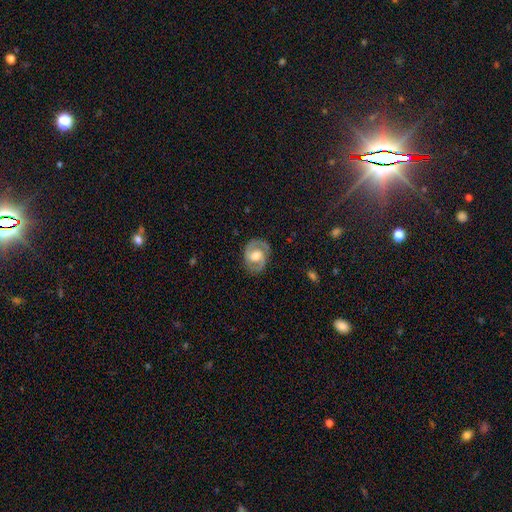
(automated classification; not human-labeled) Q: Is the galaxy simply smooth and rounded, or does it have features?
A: featured or disk — 83%.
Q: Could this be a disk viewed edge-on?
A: no — 97%.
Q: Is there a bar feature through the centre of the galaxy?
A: weak — 43%.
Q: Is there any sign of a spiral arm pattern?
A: yes — 94%.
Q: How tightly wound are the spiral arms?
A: medium — 51%.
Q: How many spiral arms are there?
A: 2 — 91%.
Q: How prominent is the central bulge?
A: moderate — 65%.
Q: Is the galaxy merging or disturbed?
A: none — 82%.